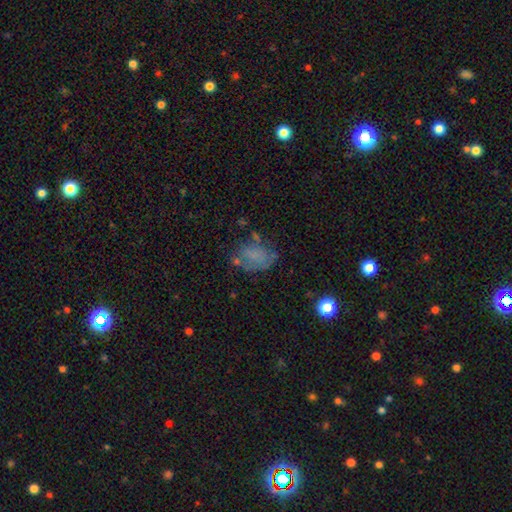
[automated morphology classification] smooth-or-featured: smooth: 57% | featured or disk: 29% | star or artifact: 14%
  how-rounded: in between: 72% | round: 26% | cigar-shaped: 2%
  merging: none: 46% | minor disturbance: 26% | major disturbance: 20% | merger: 8%